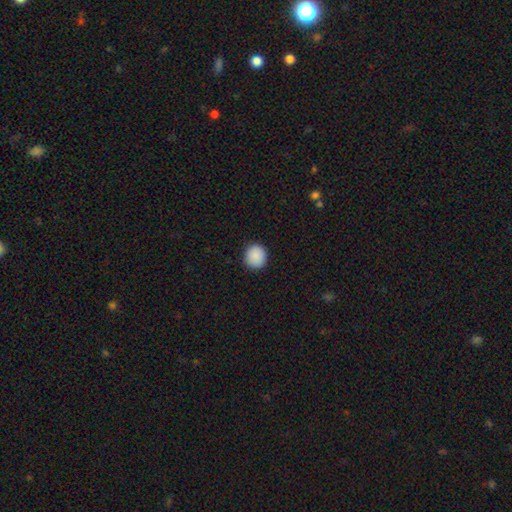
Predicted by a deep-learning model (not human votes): This appears to be a smooth galaxy with no disk features (89%) that is round (89%). Merging: none (91%).